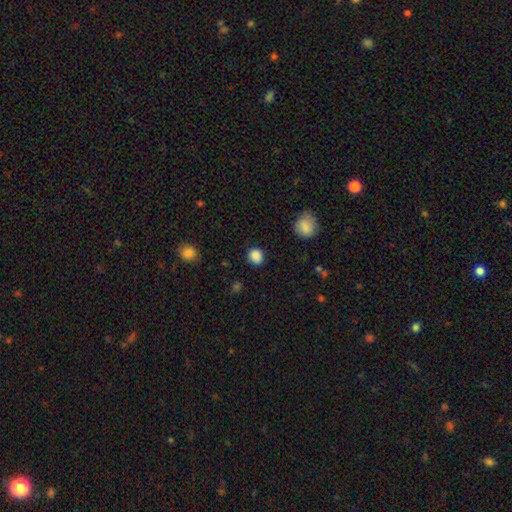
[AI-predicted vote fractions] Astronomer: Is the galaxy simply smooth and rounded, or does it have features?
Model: smooth — 87%.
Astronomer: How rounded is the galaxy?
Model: round — 83%.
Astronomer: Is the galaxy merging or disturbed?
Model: none — 87%.